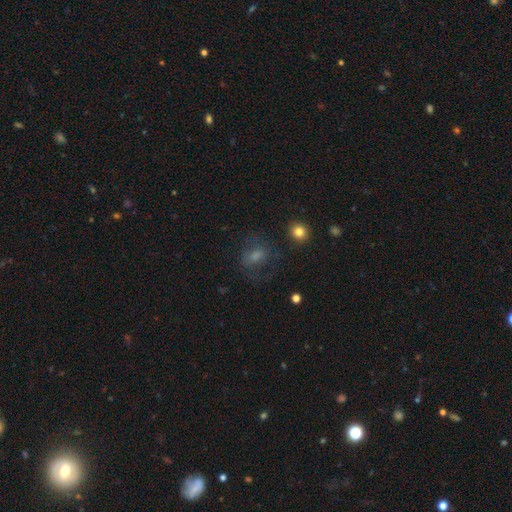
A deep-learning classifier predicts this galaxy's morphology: This appears to be a smooth galaxy with no disk features (58%) that is in between round and cigar-shaped (62%). Merging: none (56%).